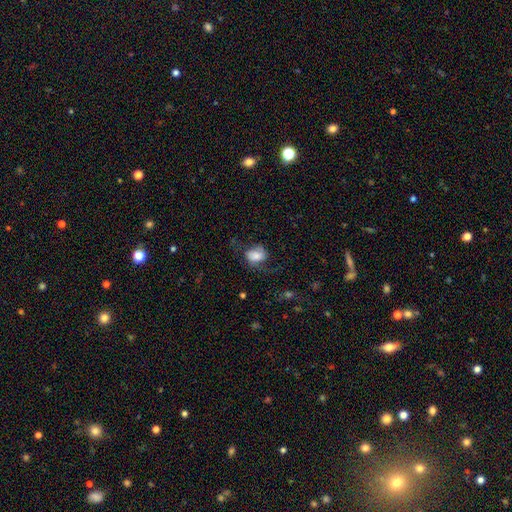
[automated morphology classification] The model was most divided on "smooth or featured": smooth: 55%, featured or disk: 36%, star or artifact: 9%. Remaining: how rounded — in between (64%); merging — none (46%).